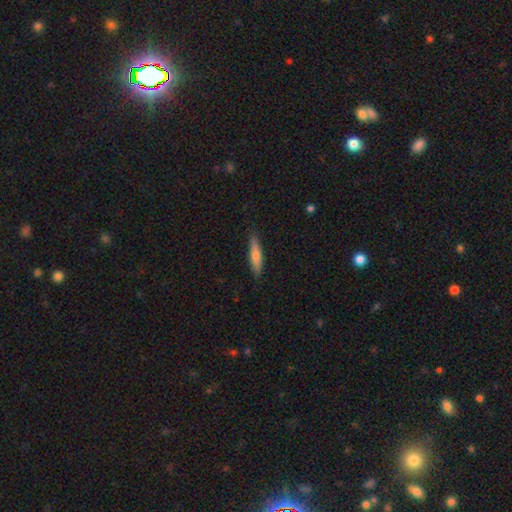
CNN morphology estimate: This appears to be a smooth galaxy with no disk features (64%) that is cigar-shaped (82%). Merging: none (88%).